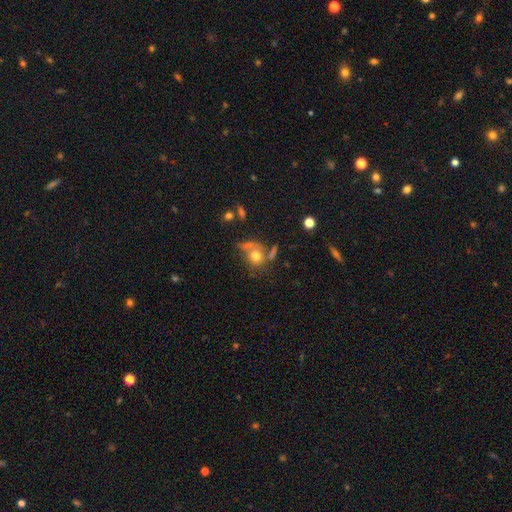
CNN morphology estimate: Q: Smooth or featured?
A: smooth (69%); runner-up: featured or disk (19%)
Q: How rounded?
A: round (75%); runner-up: in between (24%)
Q: Merging?
A: none (45%); runner-up: merger (25%)